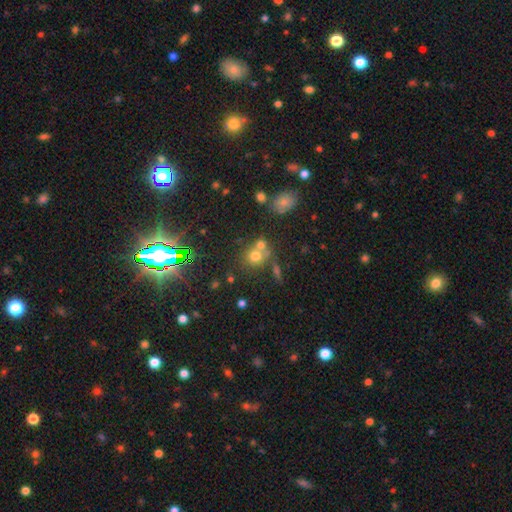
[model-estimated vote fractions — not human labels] This is likely a smooth galaxy (66%). How rounded: likely round (77%). Merging: possibly none (46%).